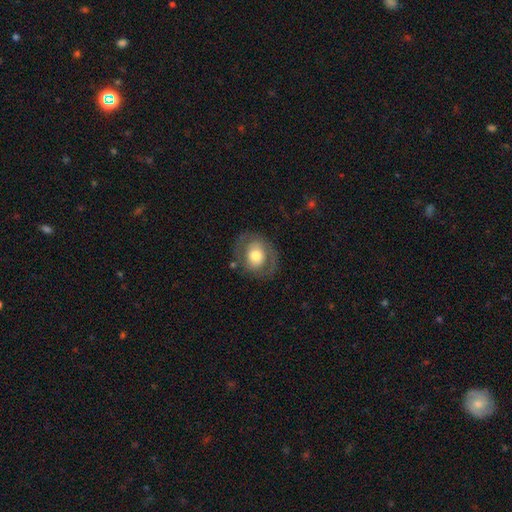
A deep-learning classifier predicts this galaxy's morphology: Smooth or featured? smooth (51%)
How rounded? round (58%)
Merging? none (70%)